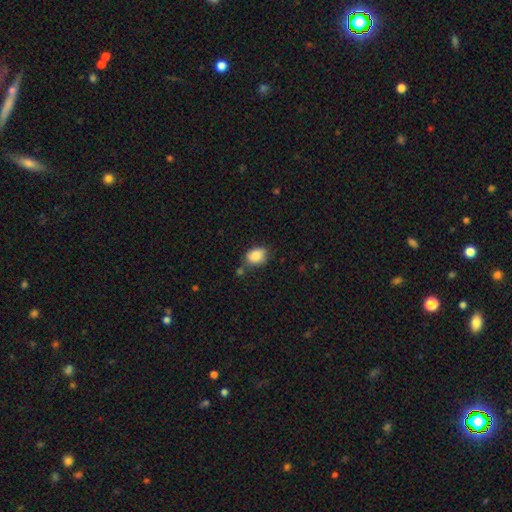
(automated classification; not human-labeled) Morphology: type=smooth (87%); roundness=in between (73%); merging=none (60%).